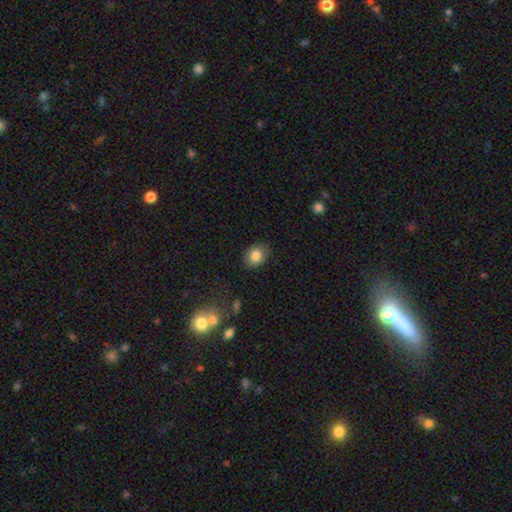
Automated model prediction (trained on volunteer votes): A smooth galaxy with no disk features (83%) that is in between round and cigar-shaped (52%). Merging: none (85%).